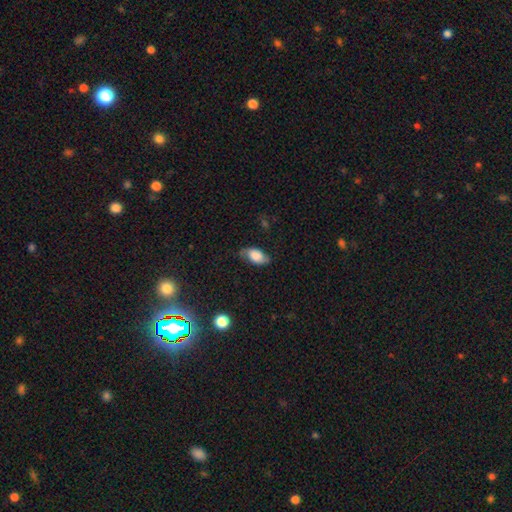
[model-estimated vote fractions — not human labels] The model was most divided on "smooth or featured": smooth: 63%, featured or disk: 28%, star or artifact: 9%. More confident: how rounded — in between (91%); merging — none (65%).